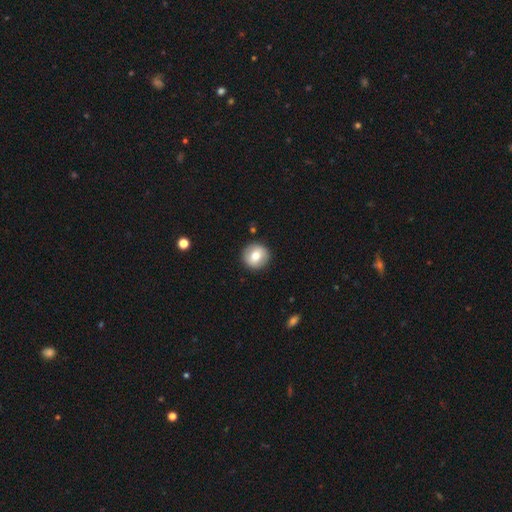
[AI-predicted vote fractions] Q: Smooth or featured?
A: smooth (71%); runner-up: featured or disk (21%)
Q: How rounded?
A: round (93%); runner-up: in between (6%)
Q: Merging?
A: none (90%); runner-up: minor disturbance (6%)